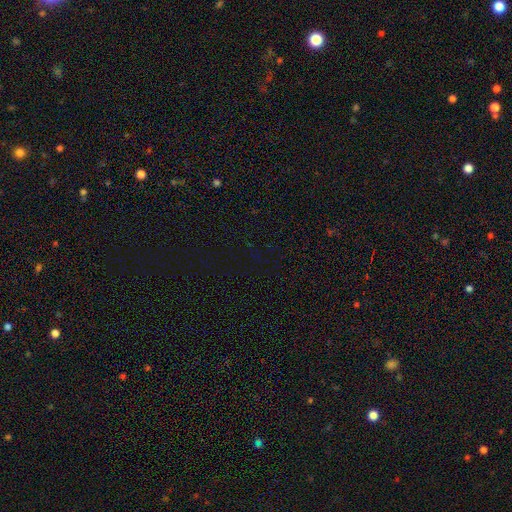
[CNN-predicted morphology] A star or artifact, not a galaxy (73%).

Vote fractions:
- Smooth or featured? star or artifact: 73% / smooth: 20% / featured or disk: 7%